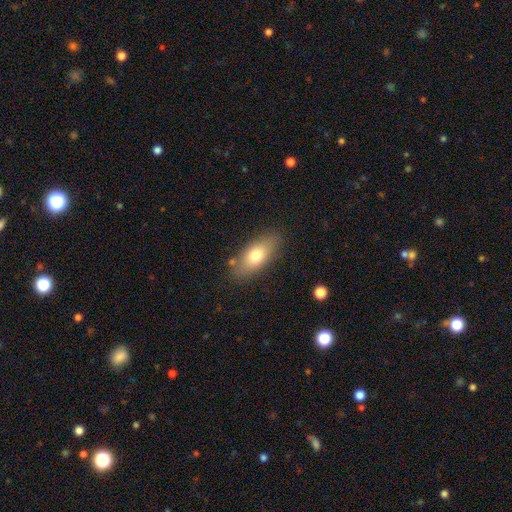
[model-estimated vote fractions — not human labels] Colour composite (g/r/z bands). It shows a smooth galaxy with no disk features (73%) that is in between round and cigar-shaped (83%). Merging: none (81%).